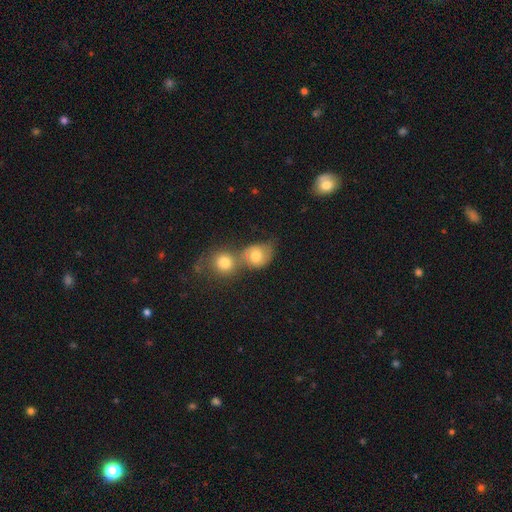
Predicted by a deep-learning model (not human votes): Smooth or featured? Predicted: smooth (p=0.71). How rounded? Predicted: round (p=0.63). Merging? Predicted: merger (p=0.51).